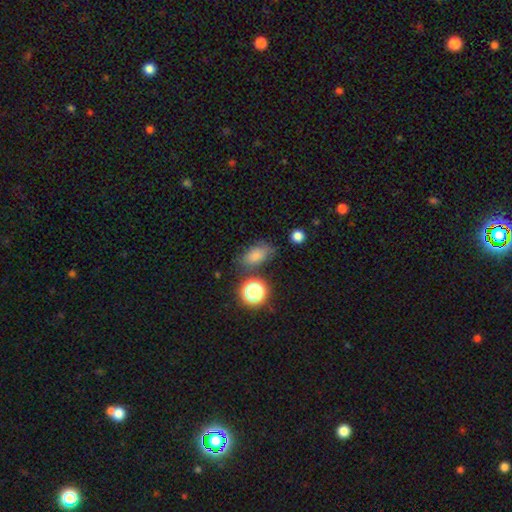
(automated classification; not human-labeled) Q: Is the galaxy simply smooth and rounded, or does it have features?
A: smooth — 75%.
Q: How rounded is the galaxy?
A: in between — 81%.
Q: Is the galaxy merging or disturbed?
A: none — 67%.